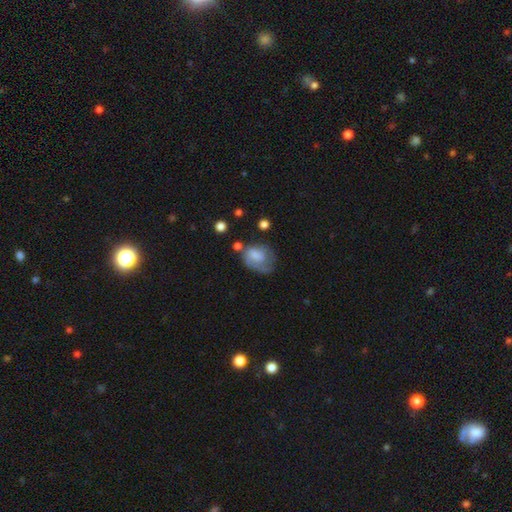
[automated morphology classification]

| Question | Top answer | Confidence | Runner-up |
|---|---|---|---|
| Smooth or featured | smooth | 55% | featured or disk (36%) |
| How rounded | in between | 59% | round (40%) |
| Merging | none | 35% | major disturbance (31%) |